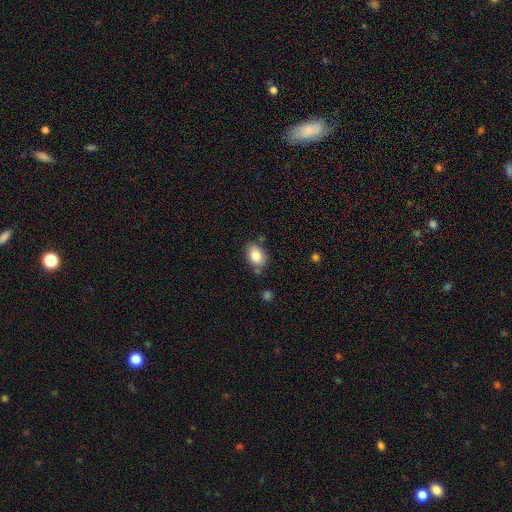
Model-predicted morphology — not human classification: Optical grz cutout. It shows a smooth galaxy with no disk features (85%) that is in between round and cigar-shaped (76%). Merging: none (74%).